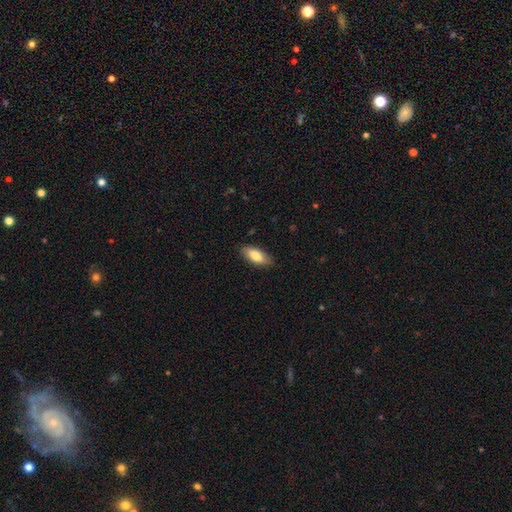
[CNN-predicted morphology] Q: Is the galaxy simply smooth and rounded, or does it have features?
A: smooth — 80%.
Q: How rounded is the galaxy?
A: in between — 80%.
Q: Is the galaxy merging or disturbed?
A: none — 86%.